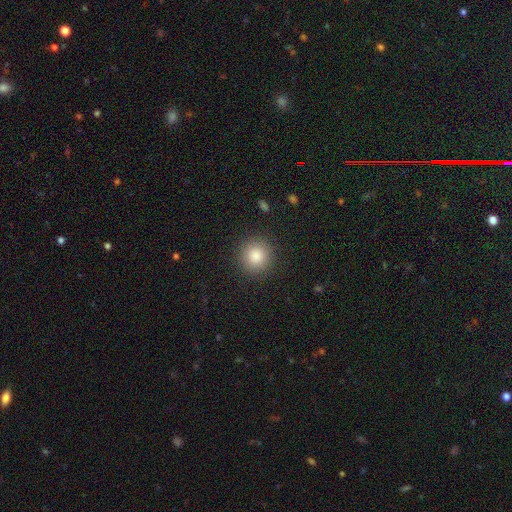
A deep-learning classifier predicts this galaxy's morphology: A smooth galaxy with no disk features (85%) that is round (93%). Merging: none (91%).